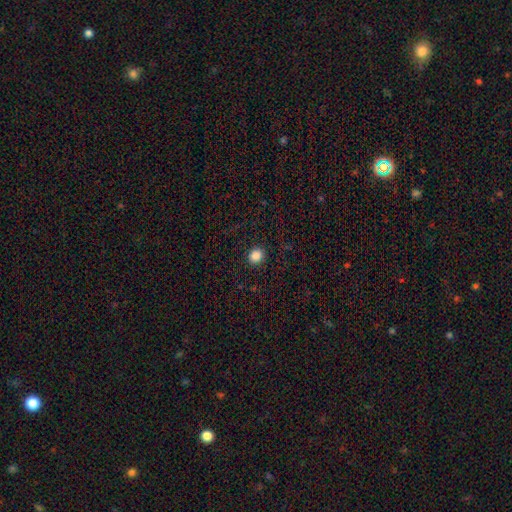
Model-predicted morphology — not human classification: Overall: smooth (86%). How rounded: round (86%). Merging: none (91%).